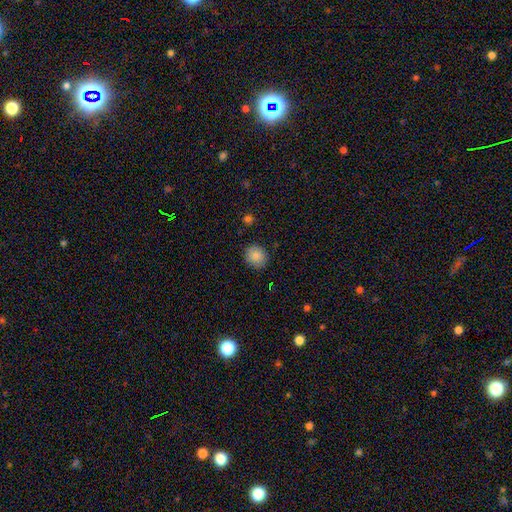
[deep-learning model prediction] Q: Smooth or featured?
A: smooth (86%); runner-up: star or artifact (9%)
Q: How rounded?
A: round (84%); runner-up: in between (15%)
Q: Merging?
A: none (89%); runner-up: minor disturbance (8%)